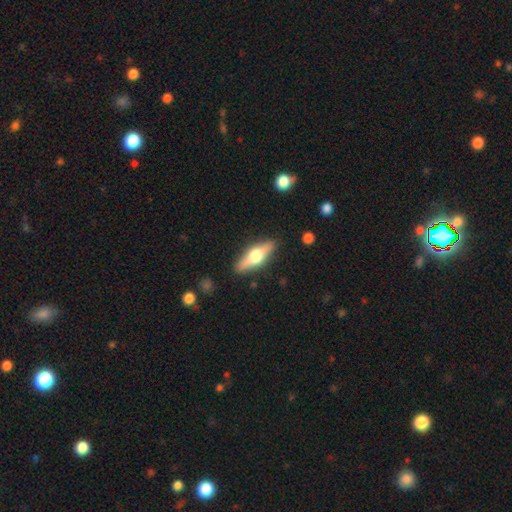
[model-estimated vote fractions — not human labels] A featured or disk galaxy (52%) viewed edge-on (92%). Merging: none (87%).